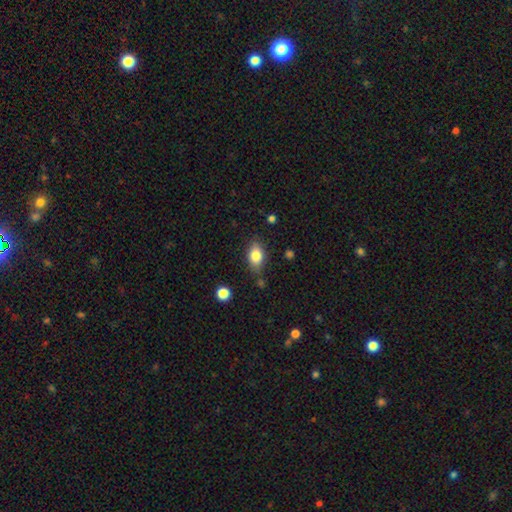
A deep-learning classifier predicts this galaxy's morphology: Overall: smooth (83%). How rounded: in between (86%). Merging: none (76%).